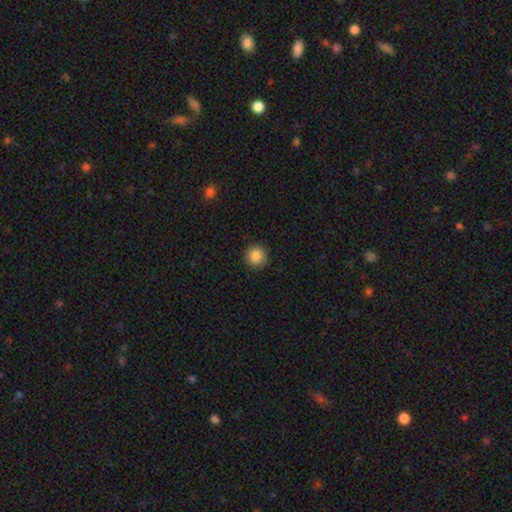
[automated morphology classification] A smooth galaxy with no disk features (86%) that is round (93%).

Vote fractions:
- Smooth or featured? smooth: 86% / star or artifact: 9% / featured or disk: 5%
- How rounded? round: 93% / in between: 6% / cigar-shaped: 1%
- Merging? none: 91% / minor disturbance: 6% / major disturbance: 2% / merger: 1%